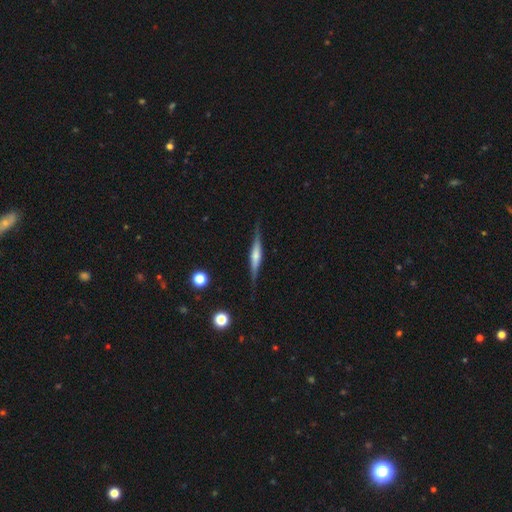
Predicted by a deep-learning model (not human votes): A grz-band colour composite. It shows a featured or disk galaxy (65%) viewed edge-on (97%) with a rounded central bulge (59%). Merging: none (86%).